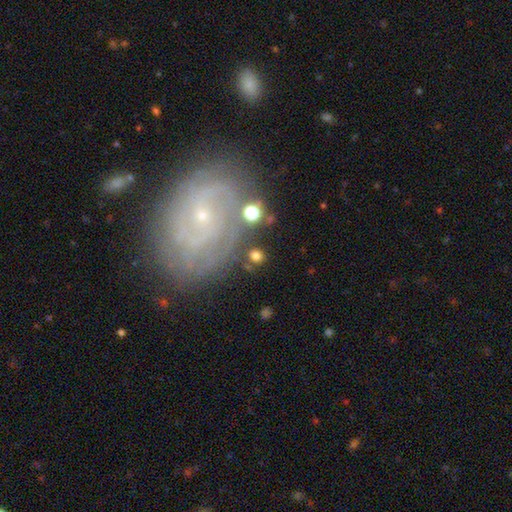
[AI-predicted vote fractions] Morphology: type=smooth (73%); roundness=round (83%); merging=none (82%).